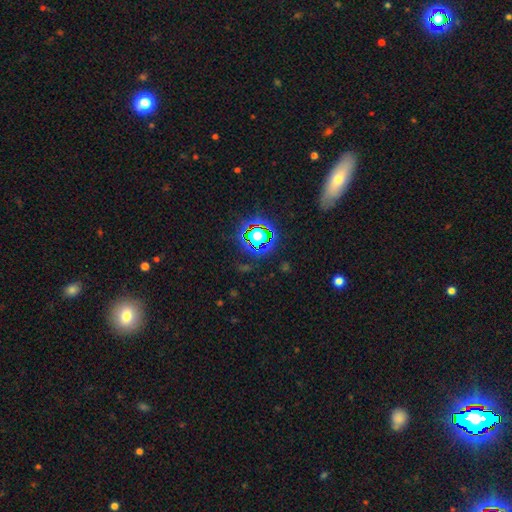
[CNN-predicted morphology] type=star or artifact (56%).